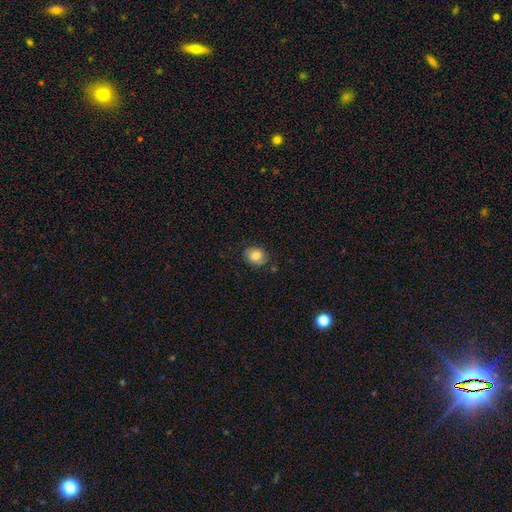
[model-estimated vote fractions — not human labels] This is likely a smooth galaxy (76%). How rounded: possibly round (50%). Merging: likely none (78%).